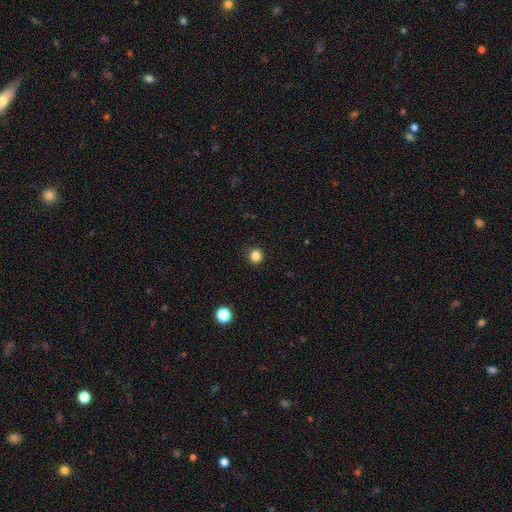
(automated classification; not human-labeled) A smooth galaxy with no disk features (84%) that is round (93%).

Vote fractions:
- Smooth or featured? smooth: 84% / star or artifact: 12% / featured or disk: 3%
- How rounded? round: 93% / in between: 6% / cigar-shaped: 1%
- Merging? none: 90% / minor disturbance: 7% / major disturbance: 2% / merger: 1%